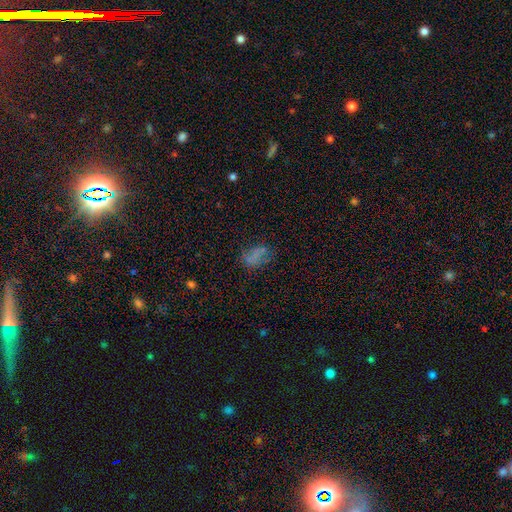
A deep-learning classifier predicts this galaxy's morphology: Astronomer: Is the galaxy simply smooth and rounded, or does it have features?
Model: smooth — 60%.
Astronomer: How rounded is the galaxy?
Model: in between — 82%.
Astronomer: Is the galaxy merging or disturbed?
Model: none — 52%.